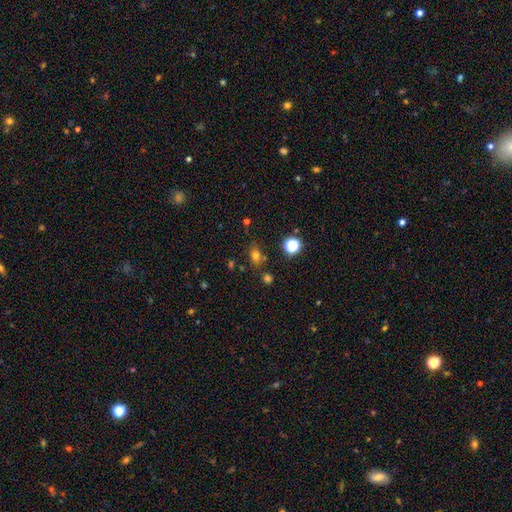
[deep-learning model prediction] smooth_or_featured: smooth (p=0.71) [alt: star or artifact p=0.21]
how_rounded: in between (p=0.57) [alt: round p=0.41]
merging: none (p=0.76) [alt: minor disturbance p=0.14]